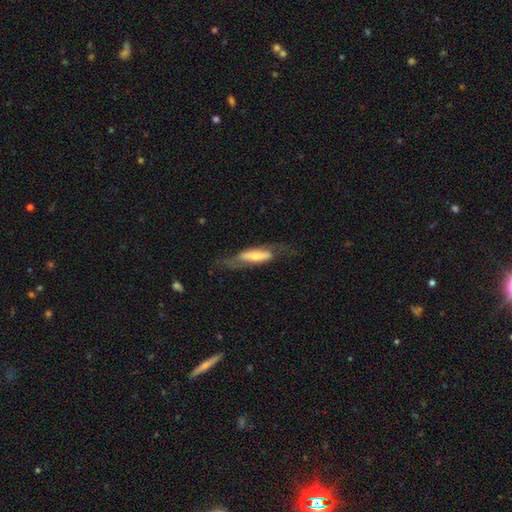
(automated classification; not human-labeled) smooth-or-featured: featured or disk: 56% | smooth: 39% | star or artifact: 6%
  disk-edge-on: no: 59% | yes: 41%
  merging: none: 58% | minor disturbance: 21% | major disturbance: 18% | merger: 2%